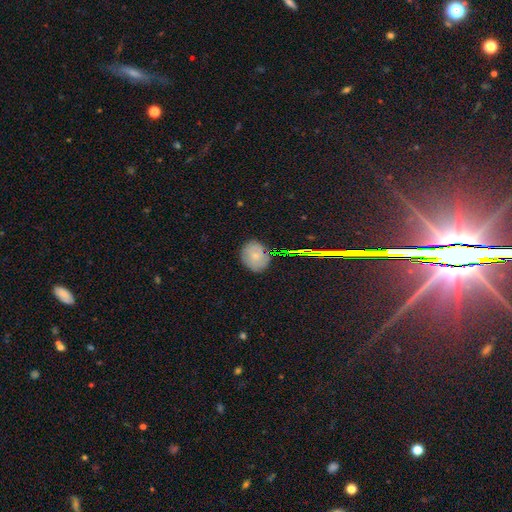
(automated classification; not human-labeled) Morphology: type=smooth (63%); roundness=round (65%); merging=none (82%).